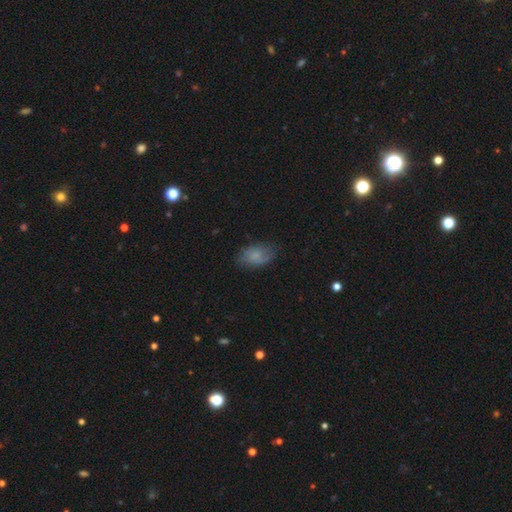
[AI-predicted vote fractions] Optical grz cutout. It shows a smooth galaxy with no disk features (69%) that is in between round and cigar-shaped (88%). Merging: none (65%).